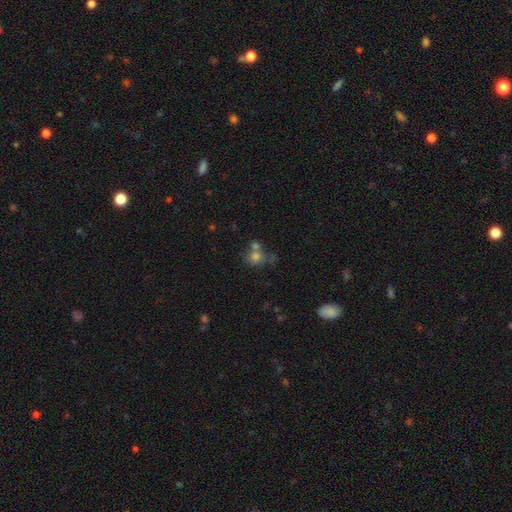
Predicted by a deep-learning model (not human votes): smooth-or-featured: smooth: 62% | star or artifact: 23% | featured or disk: 15%
  how-rounded: round: 80% | in between: 19% | cigar-shaped: 1%
  merging: none: 52% | merger: 32% | minor disturbance: 11% | major disturbance: 5%